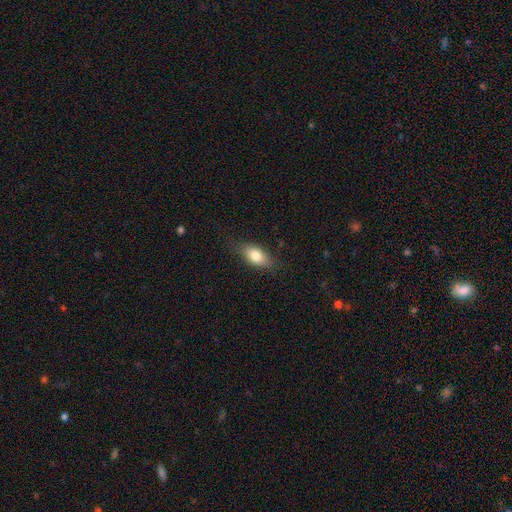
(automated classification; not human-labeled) Q: Smooth or featured?
A: smooth (79%); runner-up: featured or disk (14%)
Q: How rounded?
A: in between (86%); runner-up: cigar-shaped (8%)
Q: Merging?
A: none (77%); runner-up: minor disturbance (17%)